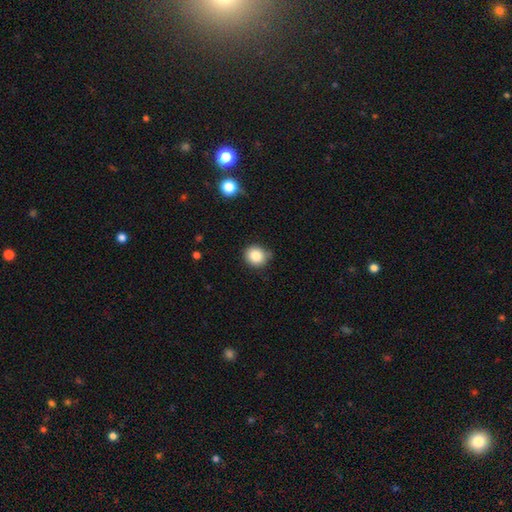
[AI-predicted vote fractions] Q: Smooth or featured?
A: smooth (83%); runner-up: star or artifact (11%)
Q: How rounded?
A: round (86%); runner-up: in between (14%)
Q: Merging?
A: none (78%); runner-up: minor disturbance (17%)